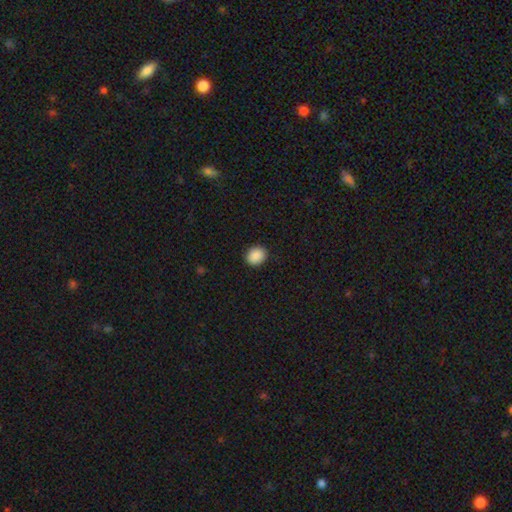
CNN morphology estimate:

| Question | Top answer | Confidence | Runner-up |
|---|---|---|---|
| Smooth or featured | smooth | 89% | star or artifact (8%) |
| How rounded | round | 67% | in between (32%) |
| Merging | none | 90% | minor disturbance (7%) |